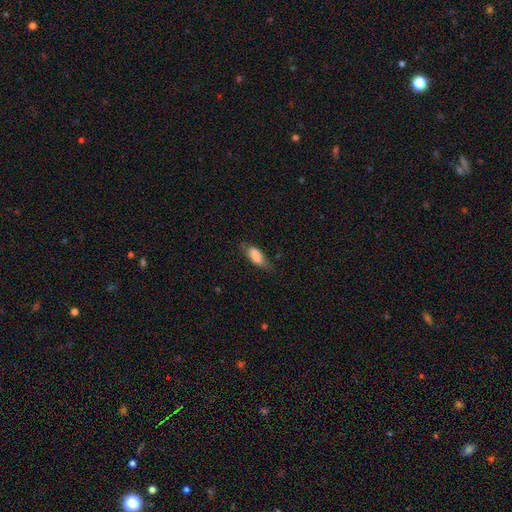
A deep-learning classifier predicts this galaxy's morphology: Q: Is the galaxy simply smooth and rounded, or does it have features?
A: smooth — 80%.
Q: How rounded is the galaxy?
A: in between — 74%.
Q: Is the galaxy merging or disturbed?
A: none — 55%.